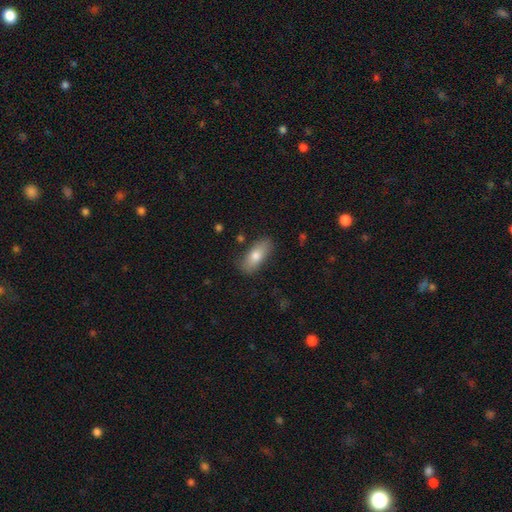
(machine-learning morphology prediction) type=smooth (75%); roundness=in between (79%); merging=none (82%).